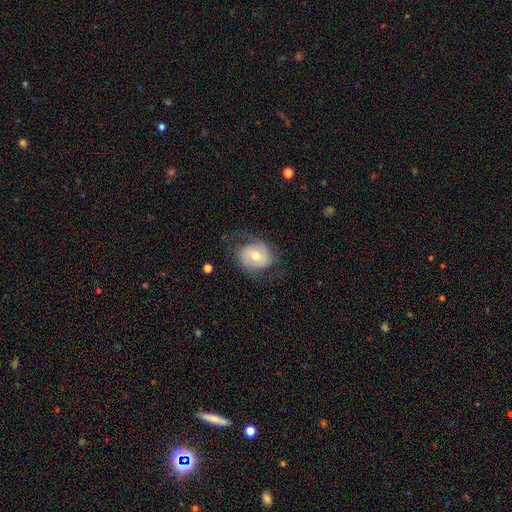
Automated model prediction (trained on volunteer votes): Q: Smooth or featured?
A: featured or disk (55%); runner-up: smooth (38%)
Q: Edge-on disk?
A: no (96%); runner-up: yes (4%)
Q: Bar?
A: no (56%); runner-up: weak (34%)
Q: Spiral arms?
A: yes (77%); runner-up: no (23%)
Q: Bulge size?
A: moderate (69%); runner-up: small (24%)
Q: Merging?
A: none (58%); runner-up: minor disturbance (23%)